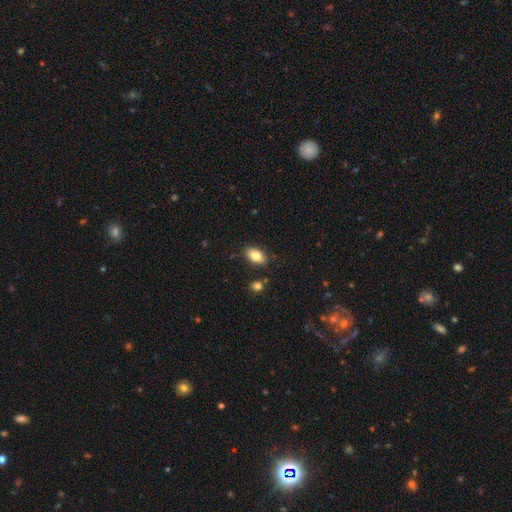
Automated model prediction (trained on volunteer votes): A smooth galaxy with no disk features (83%) that is in between round and cigar-shaped (91%).

Vote fractions:
- Smooth or featured? smooth: 83% / featured or disk: 9% / star or artifact: 8%
- How rounded? in between: 91% / round: 7% / cigar-shaped: 2%
- Merging? none: 86% / minor disturbance: 10% / merger: 3% / major disturbance: 2%